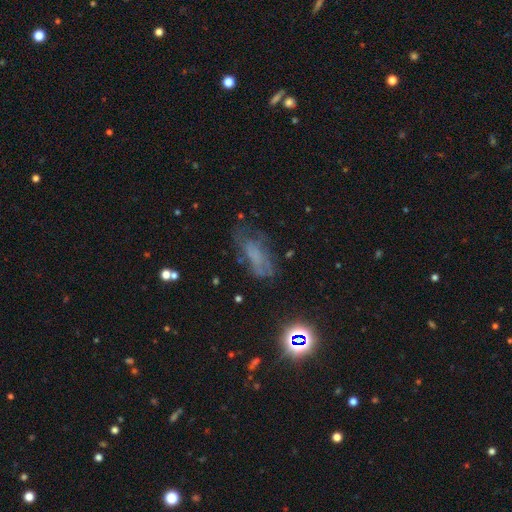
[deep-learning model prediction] A featured or disk galaxy (40%).

Vote fractions:
- Smooth or featured? featured or disk: 40% / smooth: 37% / star or artifact: 23%
- Merging? none: 52% / minor disturbance: 25% / major disturbance: 20% / merger: 3%